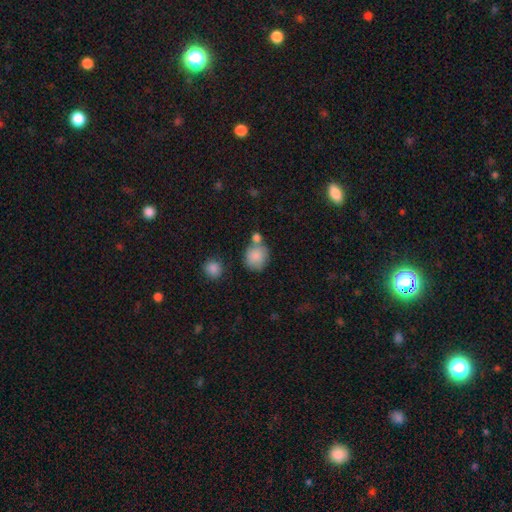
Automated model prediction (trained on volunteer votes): The model was most divided on "merging": none: 57%, merger: 23%, minor disturbance: 15%, major disturbance: 5%. More confident: smooth or featured — smooth (85%); how rounded — round (74%).